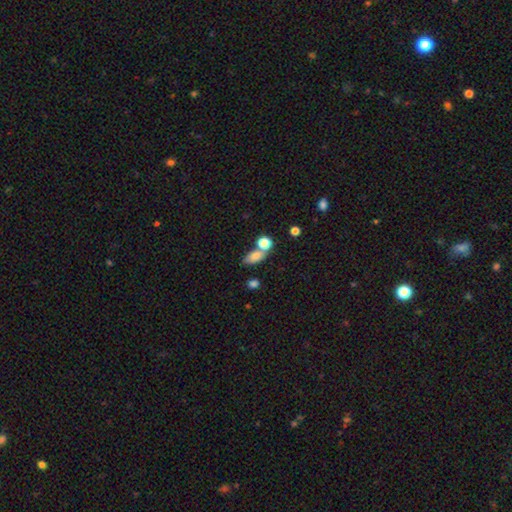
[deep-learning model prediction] Smooth or featured?
  - smooth: 77% *
  - featured or disk: 11%
  - star or artifact: 11%
How rounded?
  - in between: 79% *
  - round: 14%
  - cigar-shaped: 7%
Merging?
  - none: 54% *
  - merger: 28%
  - minor disturbance: 13%
  - major disturbance: 5%